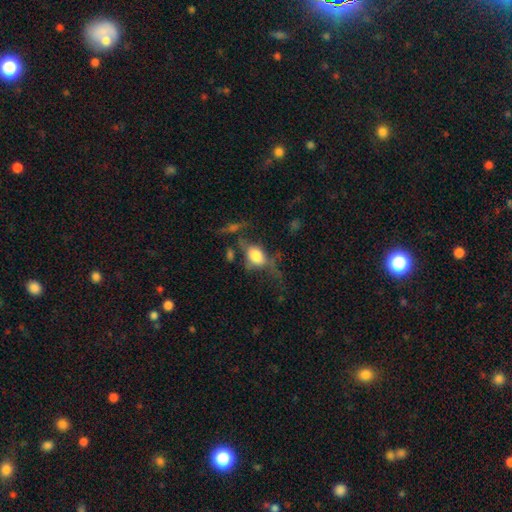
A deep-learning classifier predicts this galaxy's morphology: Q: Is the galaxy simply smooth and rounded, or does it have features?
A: smooth — 57%.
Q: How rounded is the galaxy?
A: in between — 71%.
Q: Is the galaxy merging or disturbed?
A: major disturbance — 35%, tied with none.